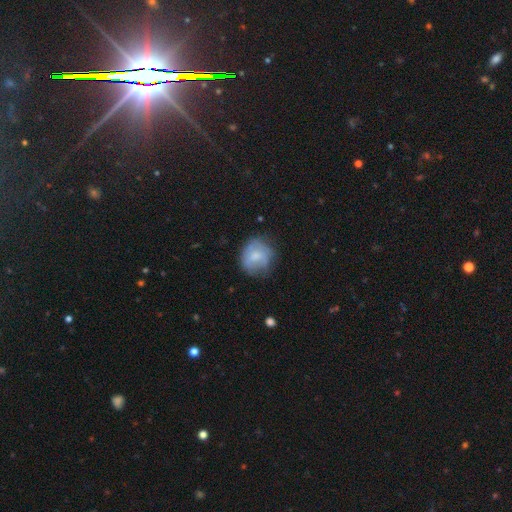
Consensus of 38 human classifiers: Smooth or featured?
  - smooth: 66% *
  - featured or disk: 29%
  - star or artifact: 5%
How rounded?
  - round: 88% *
  - in between: 12%
  - cigar-shaped: 0%
Merging?
  - none: 64% *
  - minor disturbance: 28%
  - major disturbance: 8%
  - merger: 0%